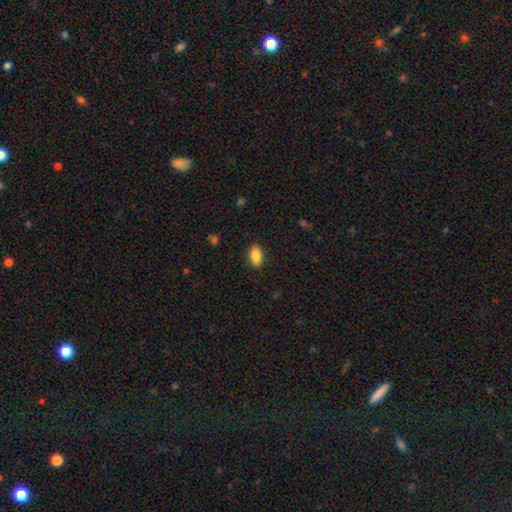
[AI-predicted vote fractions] Q: Smooth or featured?
A: smooth (88%); runner-up: star or artifact (7%)
Q: How rounded?
A: in between (92%); runner-up: round (4%)
Q: Merging?
A: none (88%); runner-up: minor disturbance (8%)